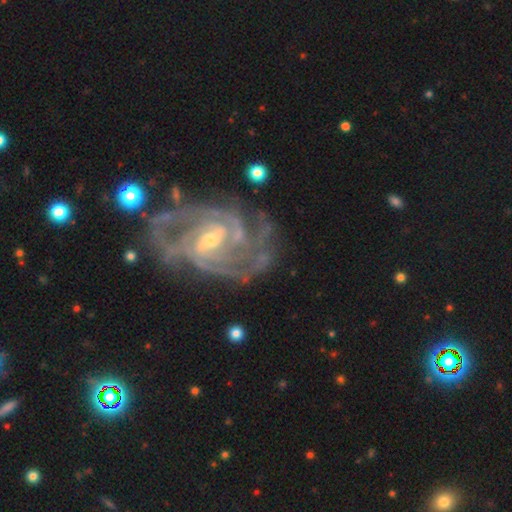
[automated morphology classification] The model was most divided on "spiral arm count": 3: 23%, 4: 21%, can't tell: 21%, 2: 19%, more than 4: 9%, 1: 7%. More confident: spiral arms — yes (97%); edge-on disk — no (97%); smooth or featured — featured or disk (91%); merging — none (61%); bulge size — small (57%); spiral winding — tight (53%); bar — weak (53%).